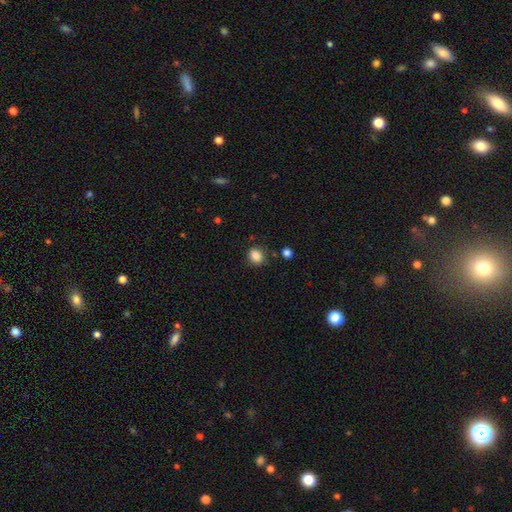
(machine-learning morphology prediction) Overall: smooth (85%). How rounded: round (54%; in between 45%). Merging: none (79%).